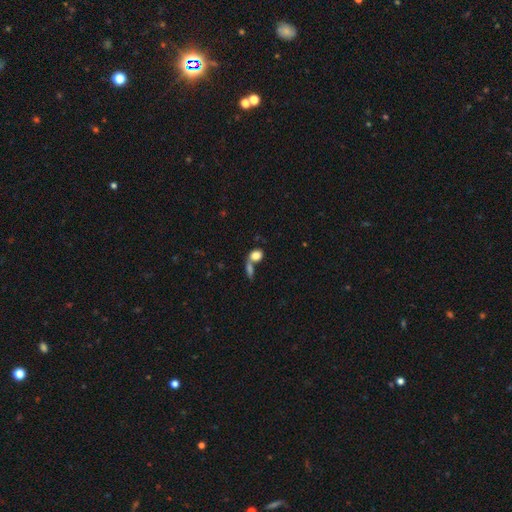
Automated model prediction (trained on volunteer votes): Smooth or featured?
  - smooth: 80% *
  - featured or disk: 10%
  - star or artifact: 10%
How rounded?
  - in between: 58% *
  - round: 40%
  - cigar-shaped: 3%
Merging?
  - merger: 53% *
  - none: 32%
  - minor disturbance: 9%
  - major disturbance: 6%